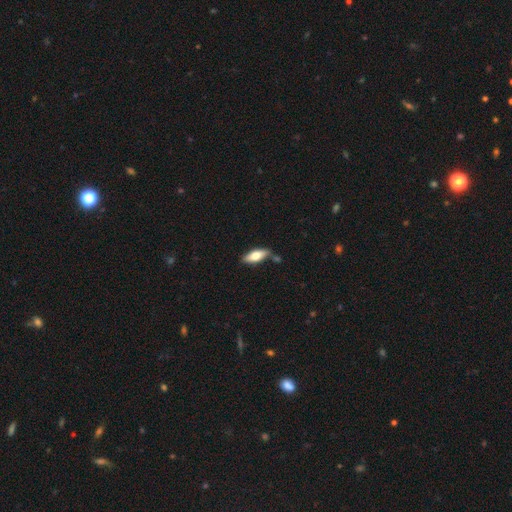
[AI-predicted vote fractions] Smooth or featured?
  - smooth: 65% *
  - featured or disk: 29%
  - star or artifact: 6%
How rounded?
  - in between: 69% *
  - cigar-shaped: 28%
  - round: 3%
Merging?
  - none: 69% *
  - minor disturbance: 18%
  - merger: 9%
  - major disturbance: 4%